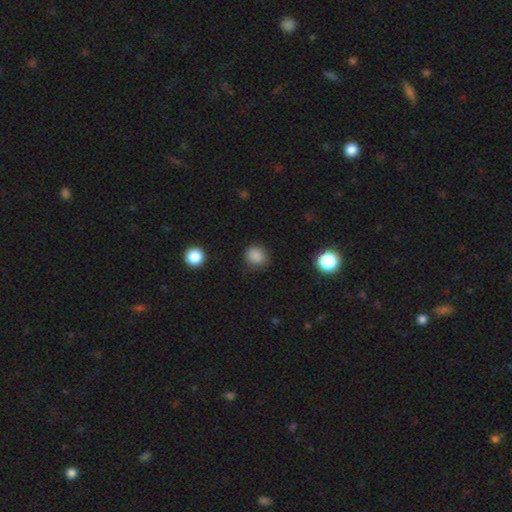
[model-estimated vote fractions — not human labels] Smooth or featured?
  - smooth: 86% *
  - star or artifact: 11%
  - featured or disk: 3%
How rounded?
  - round: 86% *
  - in between: 13%
  - cigar-shaped: 1%
Merging?
  - none: 85% *
  - minor disturbance: 10%
  - major disturbance: 3%
  - merger: 1%